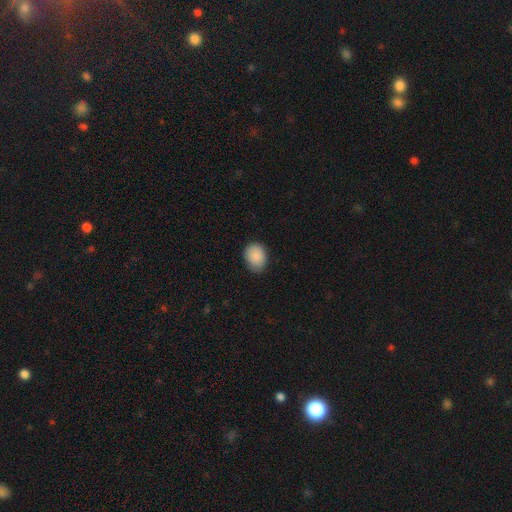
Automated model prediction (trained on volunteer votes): Morphology: type=smooth (89%); roundness=in between (60%); merging=none (78%).